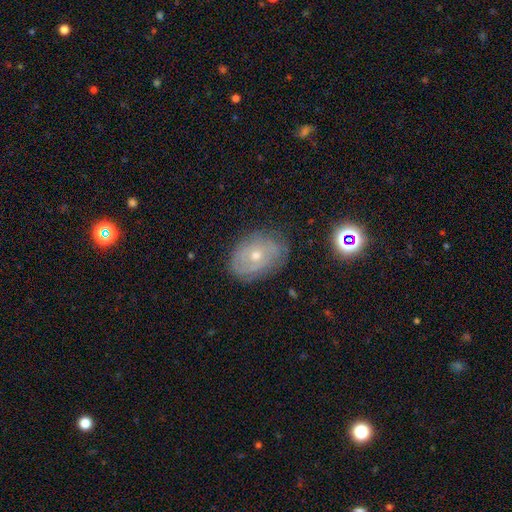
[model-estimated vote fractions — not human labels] Overall: featured or disk (60%; smooth 29%). Edge-on disk: no (95%). Bar: no (83%). Spiral arms: yes (66%; no 34%). Bulge size: moderate (49%; small 48%). Merging: none (73%).